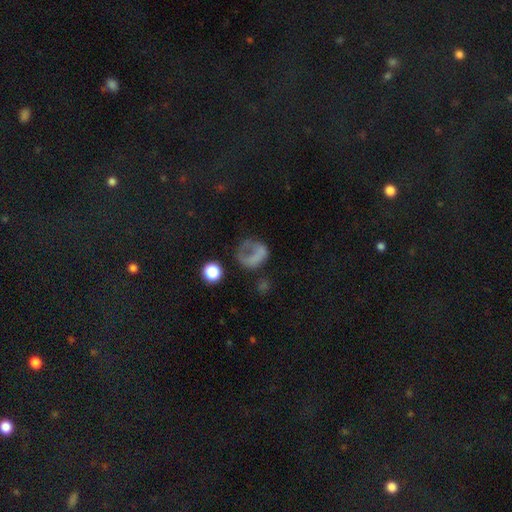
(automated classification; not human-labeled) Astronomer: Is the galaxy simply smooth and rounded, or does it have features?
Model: smooth — 53%.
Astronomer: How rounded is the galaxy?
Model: round — 70%.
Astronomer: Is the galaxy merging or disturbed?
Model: none — 41% (runner-up: major disturbance, 35%).